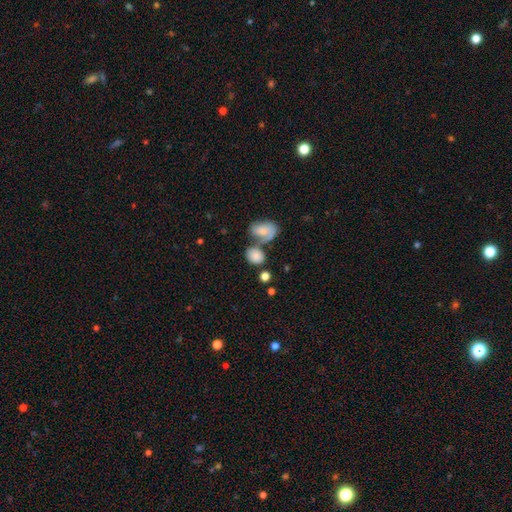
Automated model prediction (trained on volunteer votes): A smooth galaxy with no disk features (80%) that is in between round and cigar-shaped (60%). Merging: merger (43%).